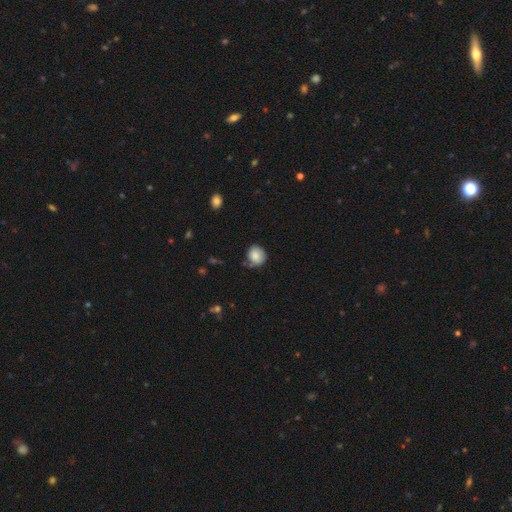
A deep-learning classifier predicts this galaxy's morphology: Q: Smooth or featured?
A: smooth (82%); runner-up: featured or disk (9%)
Q: How rounded?
A: round (73%); runner-up: in between (26%)
Q: Merging?
A: none (64%); runner-up: minor disturbance (25%)